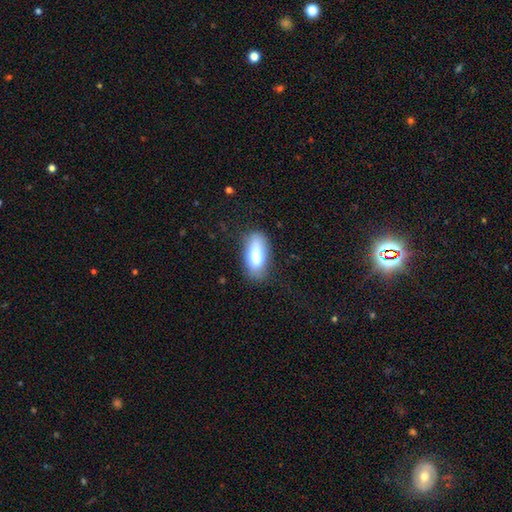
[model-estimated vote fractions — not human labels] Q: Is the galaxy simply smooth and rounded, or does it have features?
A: smooth — 73%.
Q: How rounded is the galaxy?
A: in between — 86%.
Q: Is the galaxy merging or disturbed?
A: none — 76%.